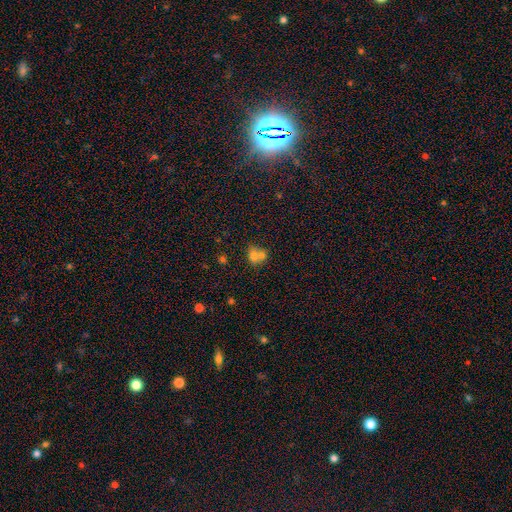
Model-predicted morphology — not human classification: This is likely a smooth galaxy (69%). How rounded: likely round (63%). Merging: likely merger (61%).